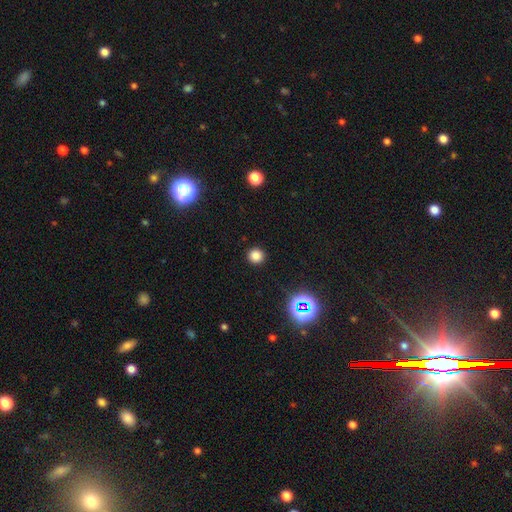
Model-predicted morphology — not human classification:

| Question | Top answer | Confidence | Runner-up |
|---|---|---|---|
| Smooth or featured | smooth | 80% | star or artifact (16%) |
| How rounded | round | 94% | in between (5%) |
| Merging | none | 92% | minor disturbance (5%) |